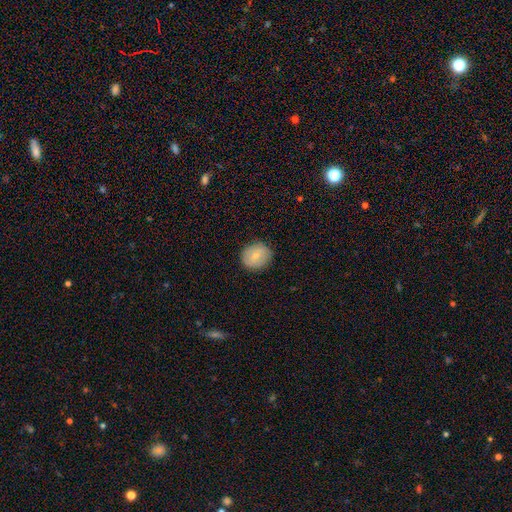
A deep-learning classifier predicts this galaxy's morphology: A smooth galaxy with no disk features (73%) that is round (77%). Merging: none (85%).